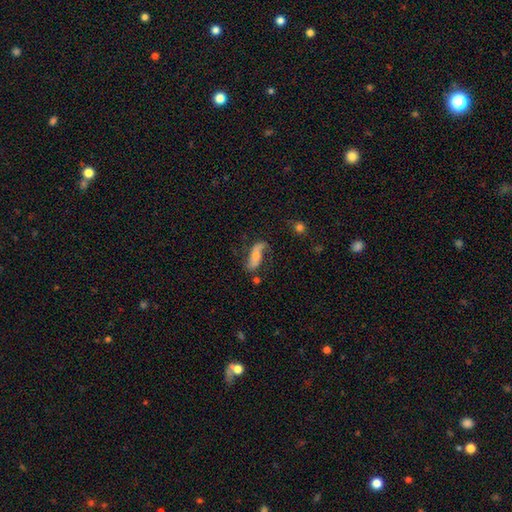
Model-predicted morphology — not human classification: featured or disk 62%, smooth 32%, star or artifact 7%. Down the decision tree: edge-on disk — no (87%); bar — no (53%); spiral arms — yes (87%); bulge size — small (48%); merging — none (58%).